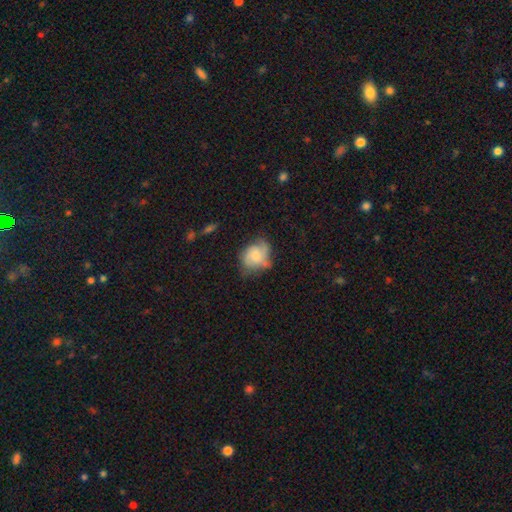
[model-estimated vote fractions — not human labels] Smooth or featured? Predicted: smooth (p=0.51). How rounded? Predicted: round (p=0.50). Merging? Predicted: none (p=0.46).